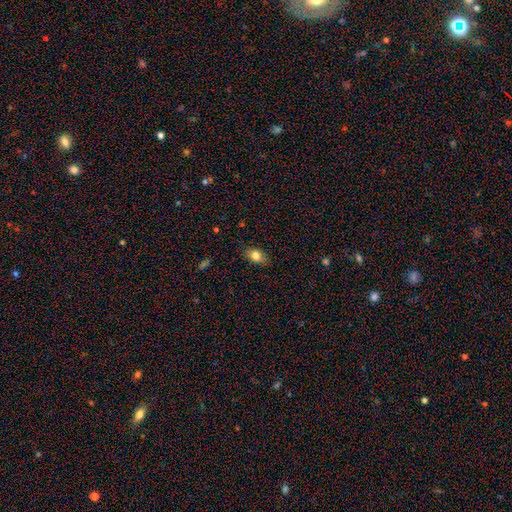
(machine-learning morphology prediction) This appears to be a smooth galaxy with no disk features (80%) that is in between round and cigar-shaped (83%). Merging: none (84%).